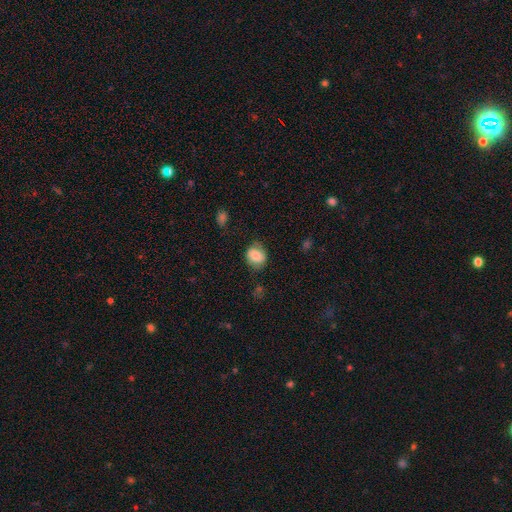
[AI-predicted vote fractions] Q: Smooth or featured?
A: smooth (79%); runner-up: featured or disk (13%)
Q: How rounded?
A: round (61%); runner-up: in between (38%)
Q: Merging?
A: none (68%); runner-up: minor disturbance (22%)